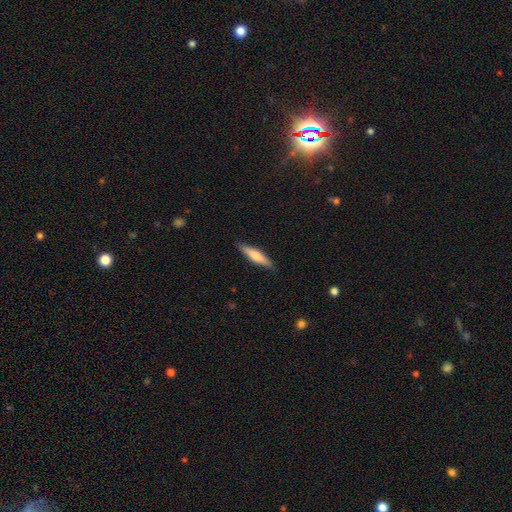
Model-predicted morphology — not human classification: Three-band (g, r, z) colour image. It shows a smooth galaxy with no disk features (56%) that is cigar-shaped (81%). Merging: none (89%).